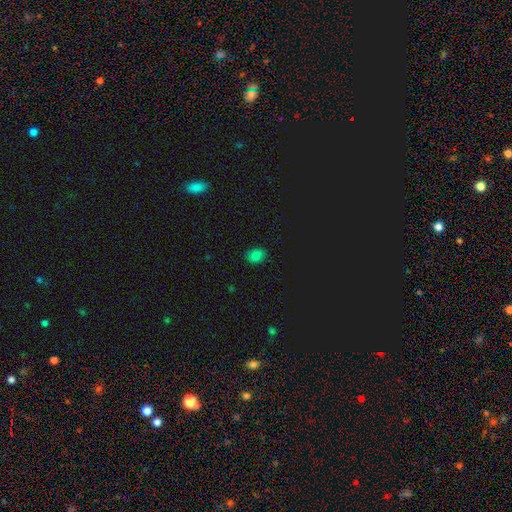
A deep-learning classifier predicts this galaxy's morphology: Smooth or featured? smooth (79%)
How rounded? in between (67%)
Merging? none (85%)